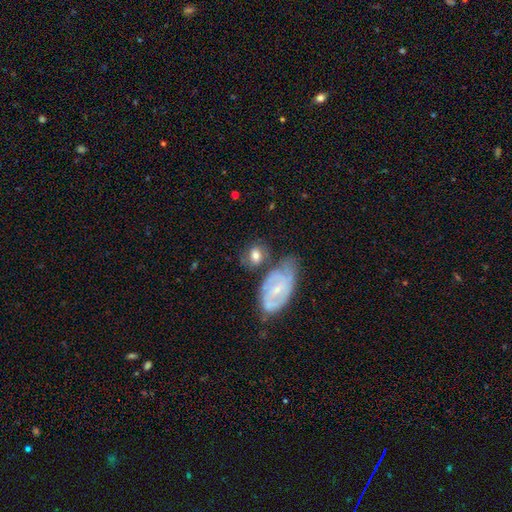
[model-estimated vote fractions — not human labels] Smooth or featured? Predicted: smooth (p=0.61). How rounded? Predicted: in between (p=0.54). Merging? Predicted: none (p=0.55).